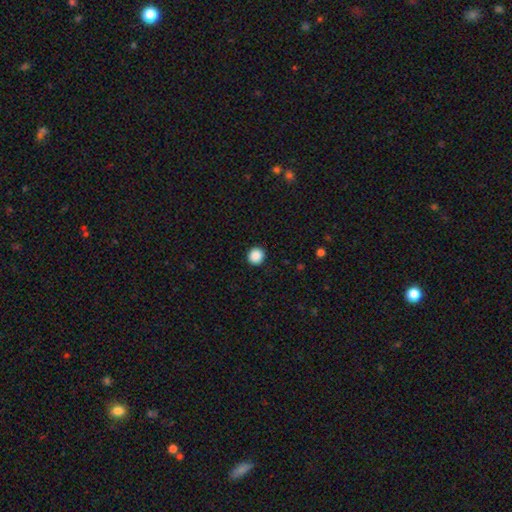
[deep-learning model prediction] A smooth galaxy with no disk features (88%) that is round (93%).

Vote fractions:
- Smooth or featured? smooth: 88% / star or artifact: 9% / featured or disk: 2%
- How rounded? round: 93% / in between: 6% / cigar-shaped: 1%
- Merging? none: 93% / minor disturbance: 5% / major disturbance: 2% / merger: 1%